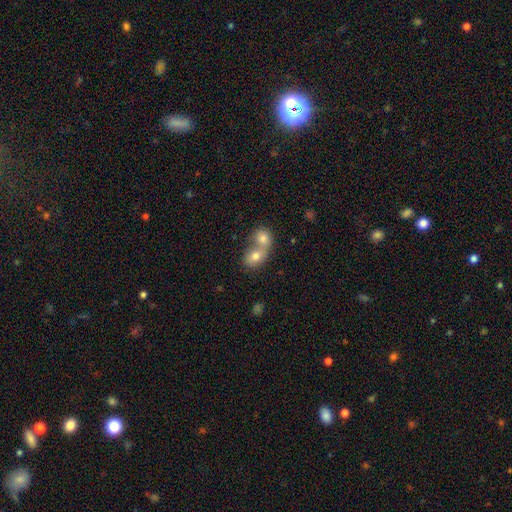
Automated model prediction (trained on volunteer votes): Smooth or featured: smooth — 70% (featured or disk — 18%)
How rounded: round — 60% (in between — 39%)
Merging: merger — 73% (none — 21%)